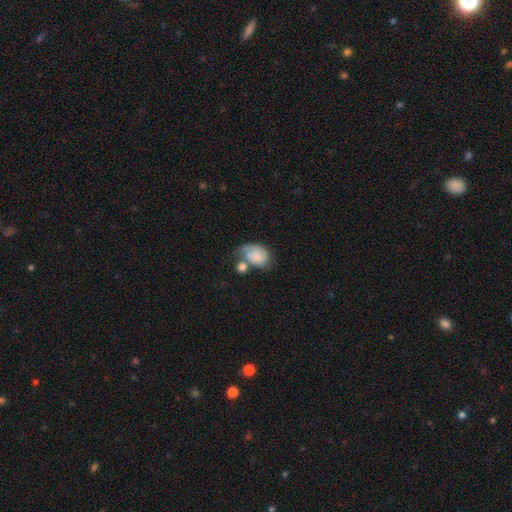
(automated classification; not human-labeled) Smooth or featured: smooth — 72% (featured or disk — 20%)
How rounded: in between — 74% (round — 25%)
Merging: merger — 34% (none — 24%)